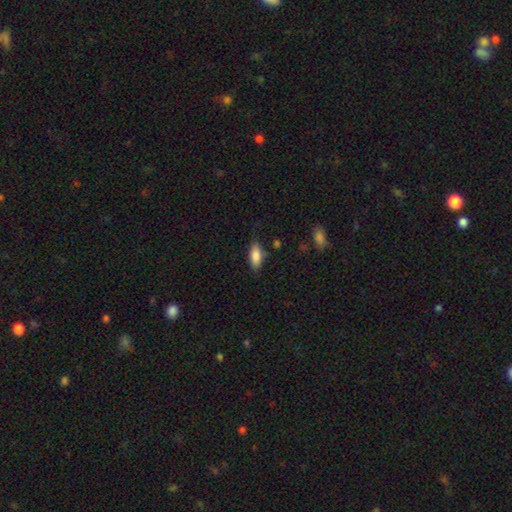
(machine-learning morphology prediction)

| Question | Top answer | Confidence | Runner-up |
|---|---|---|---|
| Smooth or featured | smooth | 84% | featured or disk (9%) |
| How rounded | in between | 79% | cigar-shaped (19%) |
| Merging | none | 79% | minor disturbance (16%) |